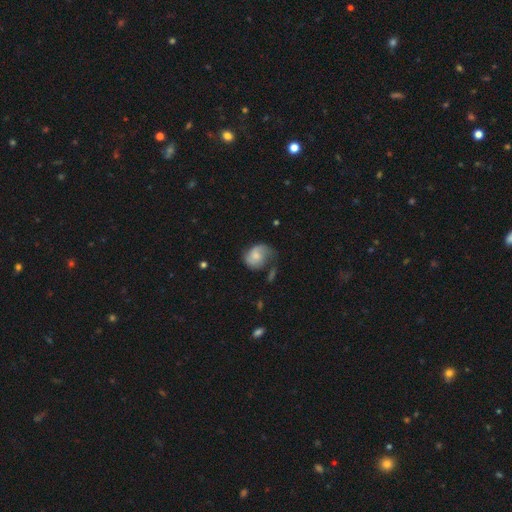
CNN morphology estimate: smooth 48%, featured or disk 44%, star or artifact 8%. Down the decision tree: merging — none (43%).